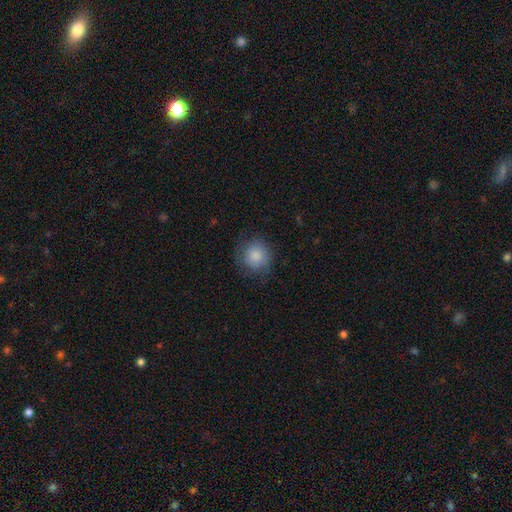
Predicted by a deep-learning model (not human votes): Q: Smooth or featured?
A: smooth (83%); runner-up: featured or disk (10%)
Q: How rounded?
A: round (89%); runner-up: in between (10%)
Q: Merging?
A: none (74%); runner-up: minor disturbance (18%)